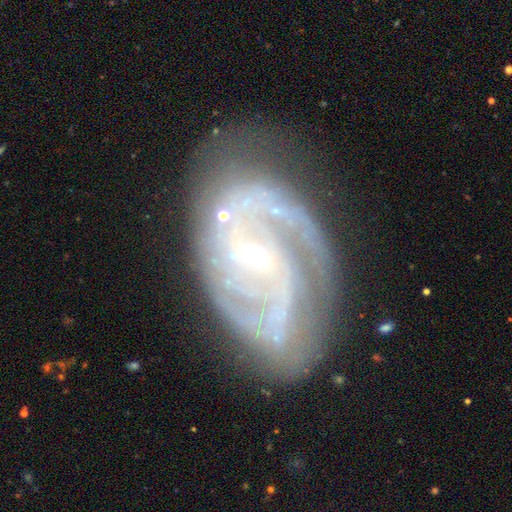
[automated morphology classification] A featured or disk galaxy (88%) with a weak bar (41%), 2 (46%) tight (50%) spiral arms (96%) and a small central bulge (77%). Merging: none (63%).